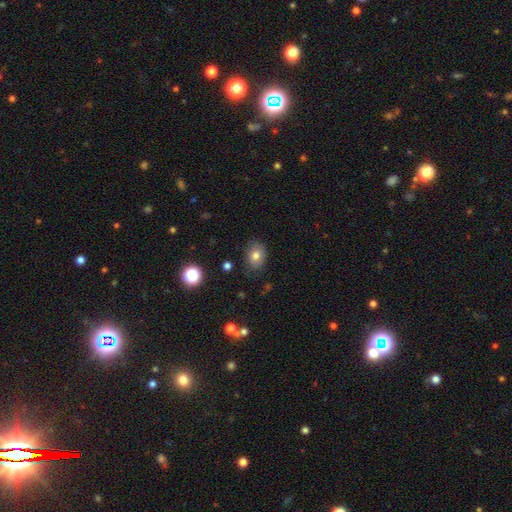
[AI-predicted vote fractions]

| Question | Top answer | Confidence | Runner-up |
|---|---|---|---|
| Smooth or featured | smooth | 77% | featured or disk (12%) |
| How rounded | in between | 62% | round (37%) |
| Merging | none | 82% | minor disturbance (13%) |